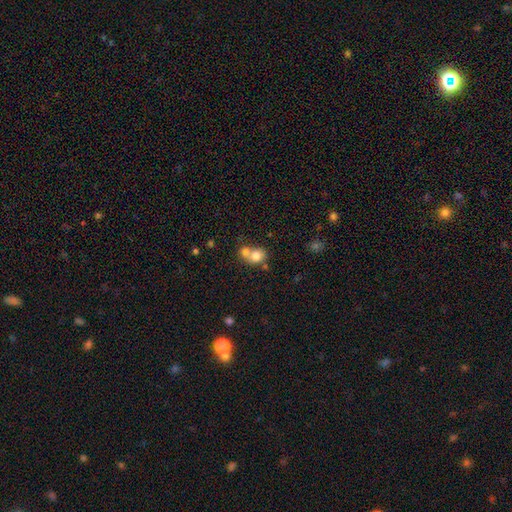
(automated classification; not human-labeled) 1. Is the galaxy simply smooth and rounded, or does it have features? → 75% smooth, 16% featured or disk, 10% star or artifact.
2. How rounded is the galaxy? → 66% round, 33% in between, 1% cigar-shaped.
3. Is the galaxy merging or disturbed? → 63% merger, 27% none, 7% minor disturbance, 3% major disturbance.